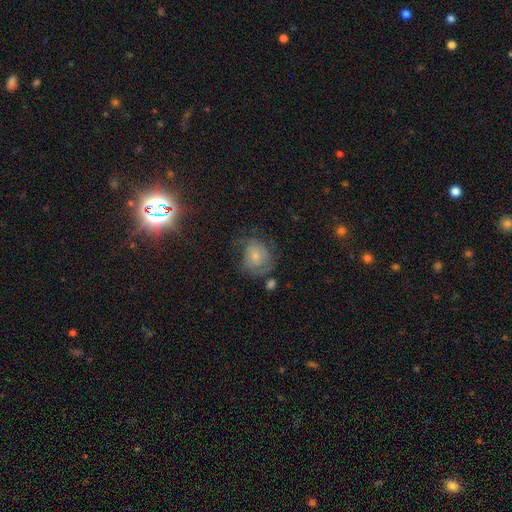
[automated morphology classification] Smooth or featured: featured or disk — 57% (smooth — 32%)
Edge-on disk: no — 97% (yes — 3%)
Bar: no — 66% (weak — 29%)
Spiral arms: yes — 81% (no — 19%)
Bulge size: small — 52% (moderate — 37%)
Merging: none — 52% (minor disturbance — 24%)